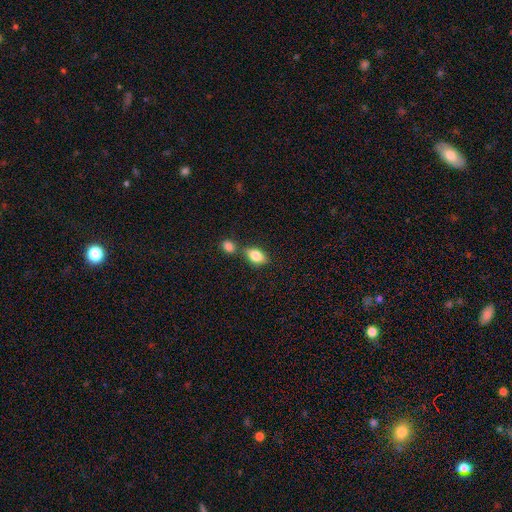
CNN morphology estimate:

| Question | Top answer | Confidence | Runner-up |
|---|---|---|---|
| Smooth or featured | smooth | 80% | featured or disk (12%) |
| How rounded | in between | 86% | round (10%) |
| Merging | none | 57% | merger (27%) |